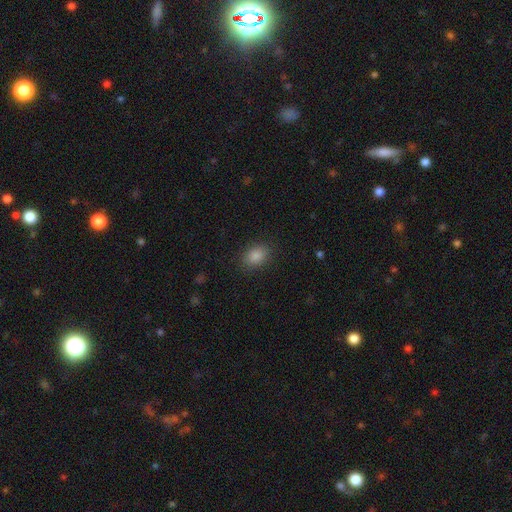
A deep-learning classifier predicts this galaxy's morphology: Smooth or featured: smooth — 85% (star or artifact — 11%)
How rounded: in between — 71% (round — 27%)
Merging: none — 88% (minor disturbance — 8%)